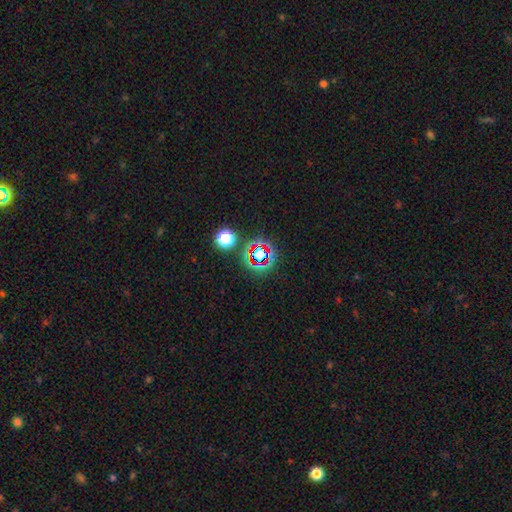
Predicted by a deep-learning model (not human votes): Smooth or featured?
  - star or artifact: 67% *
  - smooth: 22%
  - featured or disk: 11%